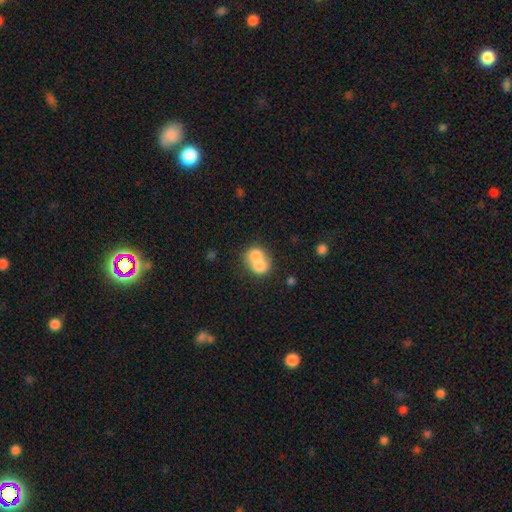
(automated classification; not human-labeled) A smooth galaxy with no disk features (73%) that is round (61%). Merging: merger (71%).